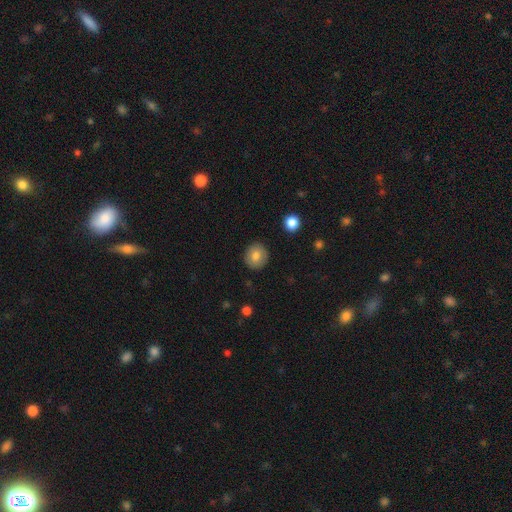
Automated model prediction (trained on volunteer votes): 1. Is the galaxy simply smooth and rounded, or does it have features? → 80% smooth, 12% featured or disk, 8% star or artifact.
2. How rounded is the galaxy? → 89% round, 10% in between, 1% cigar-shaped.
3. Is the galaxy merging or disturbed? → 90% none, 7% minor disturbance, 2% major disturbance, 1% merger.